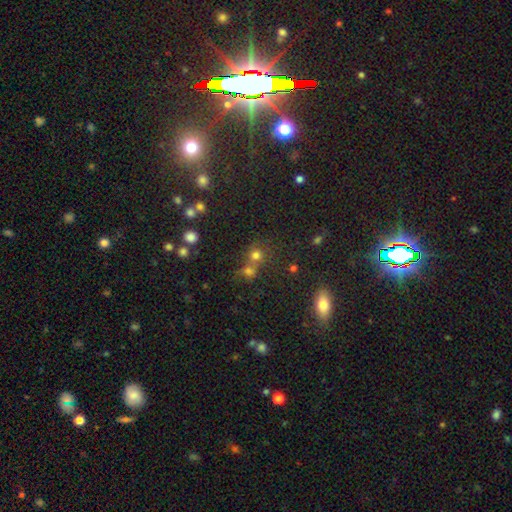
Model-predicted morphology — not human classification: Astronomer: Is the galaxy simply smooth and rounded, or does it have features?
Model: smooth — 69%.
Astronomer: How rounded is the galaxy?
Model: round — 84%.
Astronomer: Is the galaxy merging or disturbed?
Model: none — 47% (runner-up: merger, 41%).